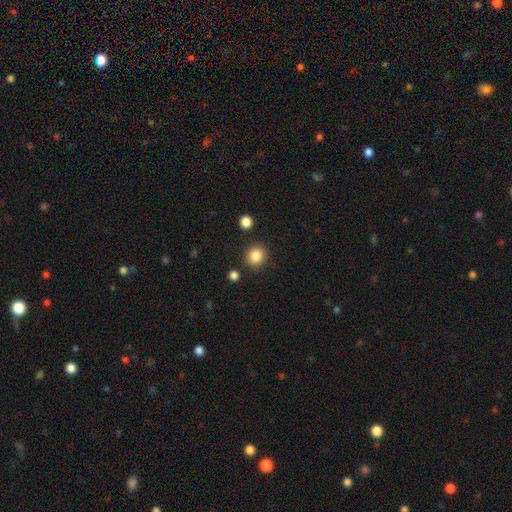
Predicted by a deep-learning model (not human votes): Smooth or featured: smooth — 85% (star or artifact — 10%)
How rounded: round — 84% (in between — 16%)
Merging: none — 87% (minor disturbance — 7%)